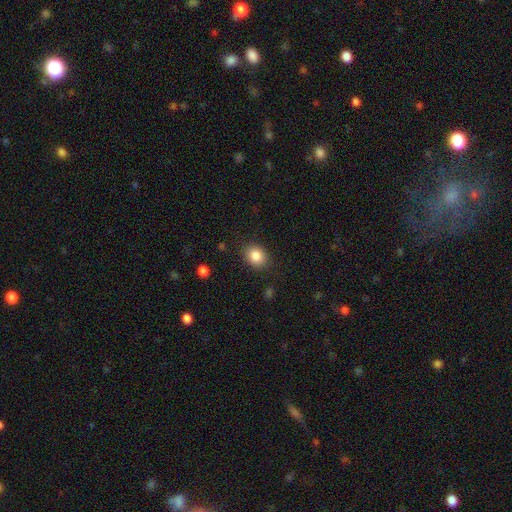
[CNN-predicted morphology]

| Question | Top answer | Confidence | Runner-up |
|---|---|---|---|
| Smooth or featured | smooth | 84% | star or artifact (10%) |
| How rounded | round | 57% | in between (42%) |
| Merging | none | 86% | minor disturbance (9%) |